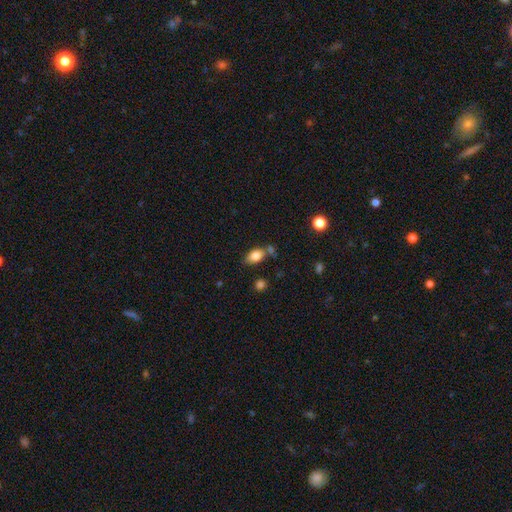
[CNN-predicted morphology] A smooth galaxy with no disk features (82%) that is in between round and cigar-shaped (86%).

Vote fractions:
- Smooth or featured? smooth: 82% / featured or disk: 9% / star or artifact: 9%
- How rounded? in between: 86% / round: 11% / cigar-shaped: 3%
- Merging? none: 63% / minor disturbance: 17% / merger: 15% / major disturbance: 5%